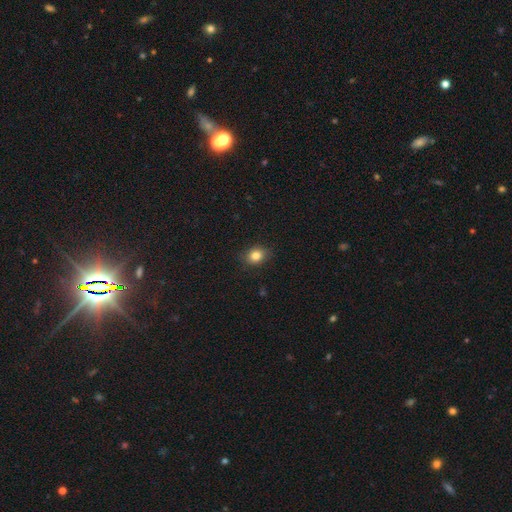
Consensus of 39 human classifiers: A smooth galaxy with no disk features (87%) that is in between round and cigar-shaped (59%). Merging: none (81%).